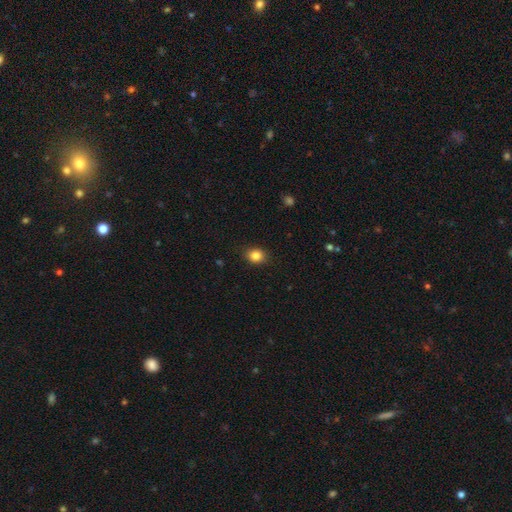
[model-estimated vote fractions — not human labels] Overall: smooth (85%). How rounded: round (53%; in between 46%). Merging: none (88%).